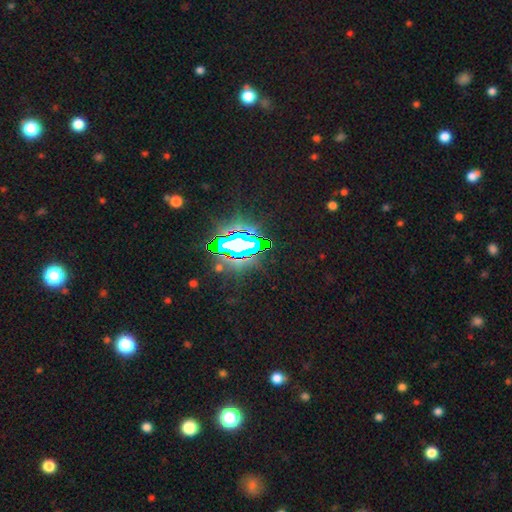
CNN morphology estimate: smooth_or_featured: star or artifact (p=0.84) [alt: smooth p=0.09]